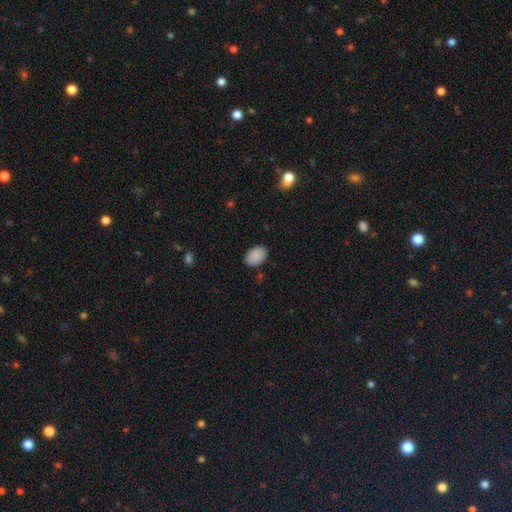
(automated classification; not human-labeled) This appears to be a smooth galaxy with no disk features (89%) that is in between round and cigar-shaped (85%). Merging: none (87%).